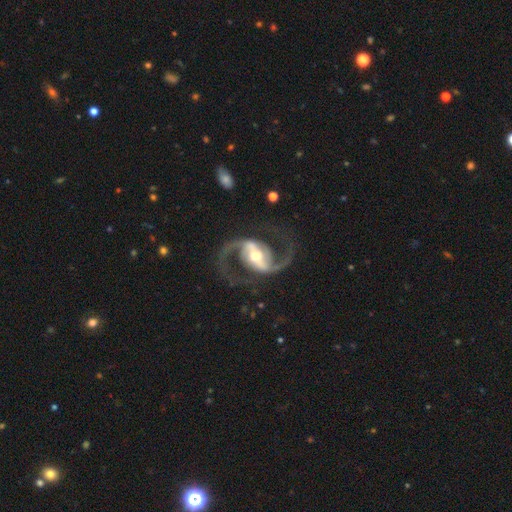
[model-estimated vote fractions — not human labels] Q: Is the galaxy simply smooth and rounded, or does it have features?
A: featured or disk — 94%.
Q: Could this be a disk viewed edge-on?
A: no — 98%.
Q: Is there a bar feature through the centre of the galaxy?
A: strong — 55%.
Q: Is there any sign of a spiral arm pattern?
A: yes — 98%.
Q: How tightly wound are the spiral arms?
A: medium — 53%.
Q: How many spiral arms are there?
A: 2 — 95%.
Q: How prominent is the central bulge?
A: moderate — 67%.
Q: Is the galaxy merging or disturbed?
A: none — 81%.